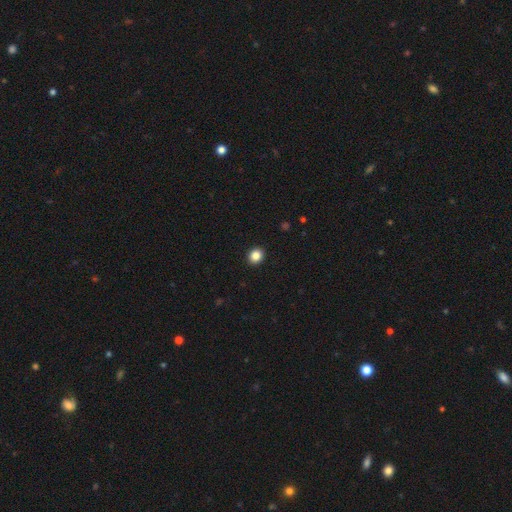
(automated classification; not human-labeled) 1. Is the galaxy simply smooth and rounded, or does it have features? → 86% smooth, 10% star or artifact, 4% featured or disk.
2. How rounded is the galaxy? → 73% round, 26% in between, 1% cigar-shaped.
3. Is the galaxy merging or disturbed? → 93% none, 5% minor disturbance, 2% major disturbance, 1% merger.